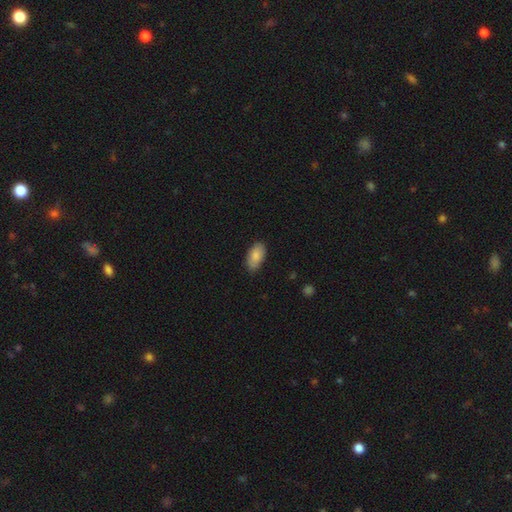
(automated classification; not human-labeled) This is clearly a smooth galaxy (86%). How rounded: clearly in between (94%). Merging: clearly none (83%).